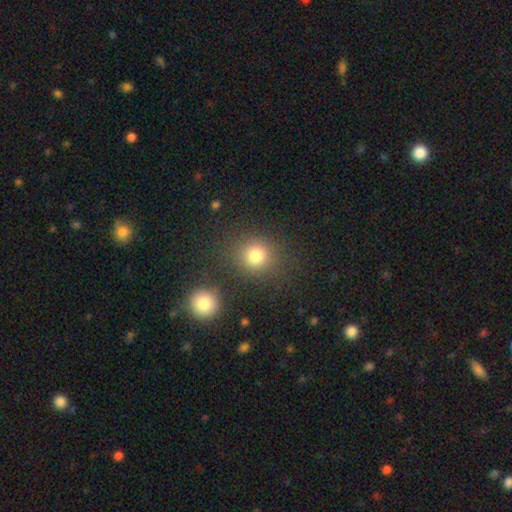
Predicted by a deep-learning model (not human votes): This is likely a smooth galaxy (79%). How rounded: clearly round (84%). Merging: clearly none (80%).